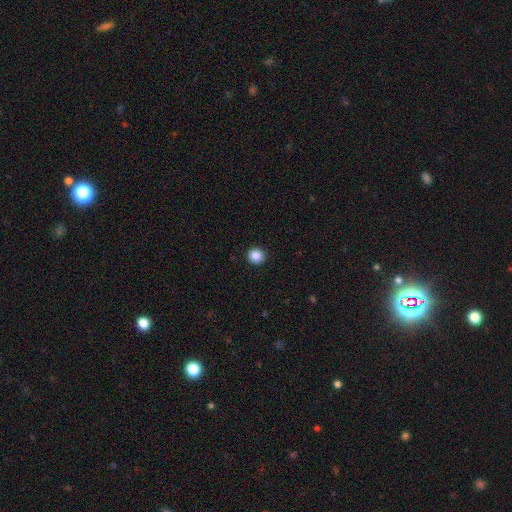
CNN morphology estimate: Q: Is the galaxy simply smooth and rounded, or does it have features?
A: smooth — 87%.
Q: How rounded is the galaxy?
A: round — 93%.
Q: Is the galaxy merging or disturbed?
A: none — 92%.